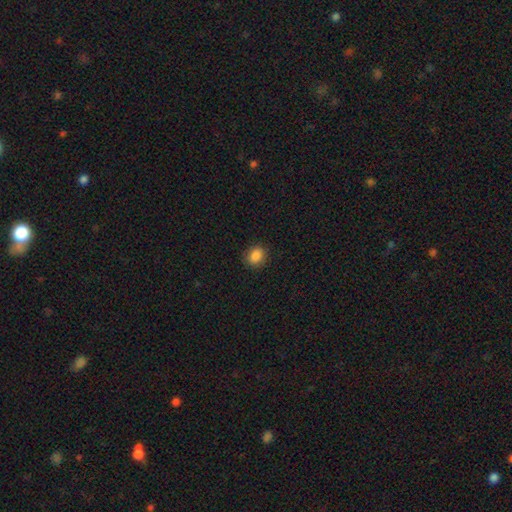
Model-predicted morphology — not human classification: smooth-or-featured: smooth: 86% | star or artifact: 10% | featured or disk: 3%
  how-rounded: round: 53% | in between: 46% | cigar-shaped: 1%
  merging: none: 87% | minor disturbance: 10% | major disturbance: 3% | merger: 1%